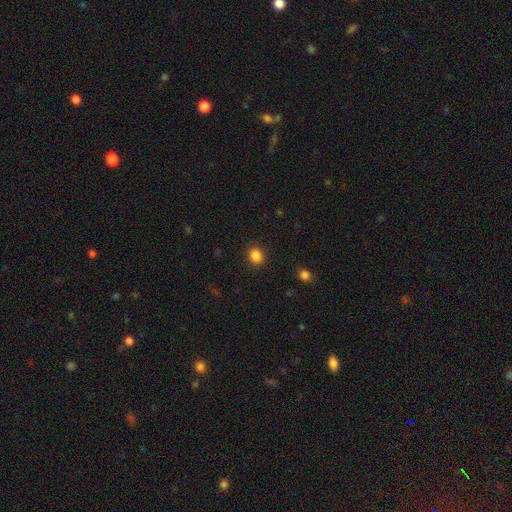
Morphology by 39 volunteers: Smooth or featured: smooth — 90% (featured or disk — 5%)
How rounded: in between — 60% (round — 40%)
Merging: none — 95% (major disturbance — 5%)